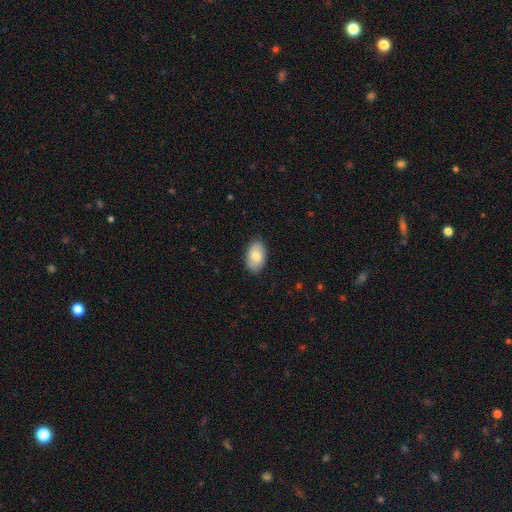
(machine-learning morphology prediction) type=smooth (75%); roundness=in between (93%); merging=none (87%).